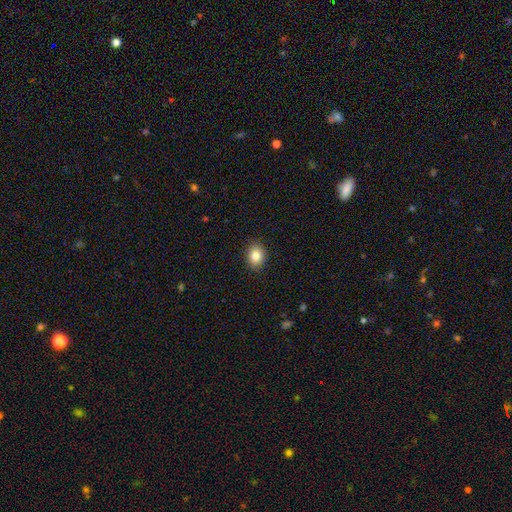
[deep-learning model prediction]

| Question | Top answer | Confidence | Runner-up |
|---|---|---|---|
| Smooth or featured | smooth | 84% | star or artifact (9%) |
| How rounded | in between | 52% | round (48%) |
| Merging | none | 89% | minor disturbance (8%) |